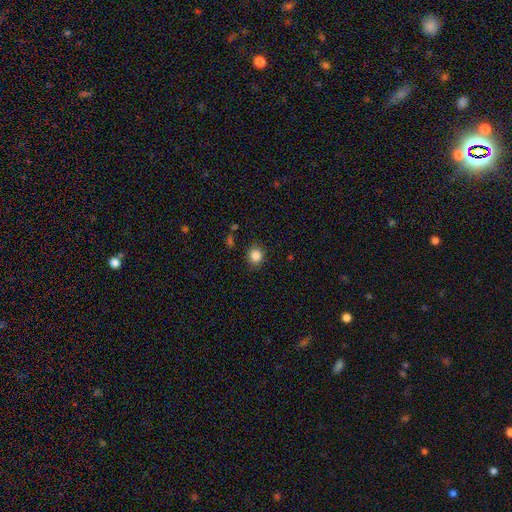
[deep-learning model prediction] smooth_or_featured: smooth (p=0.85) [alt: star or artifact p=0.11]
how_rounded: round (p=0.80) [alt: in between p=0.19]
merging: none (p=0.86) [alt: minor disturbance p=0.09]